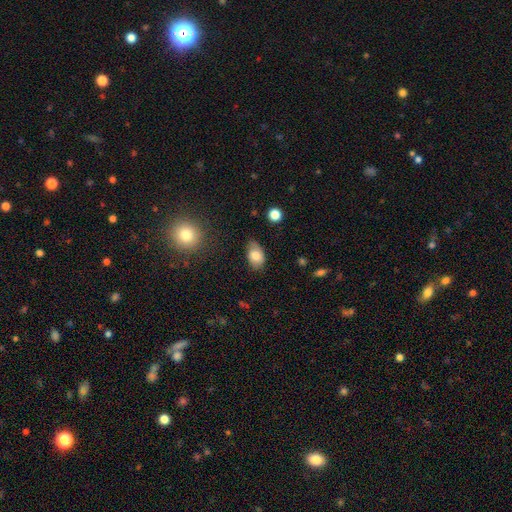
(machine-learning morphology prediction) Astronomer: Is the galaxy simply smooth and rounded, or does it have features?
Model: smooth — 79%.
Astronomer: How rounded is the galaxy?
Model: in between — 89%.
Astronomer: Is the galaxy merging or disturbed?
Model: none — 64%.